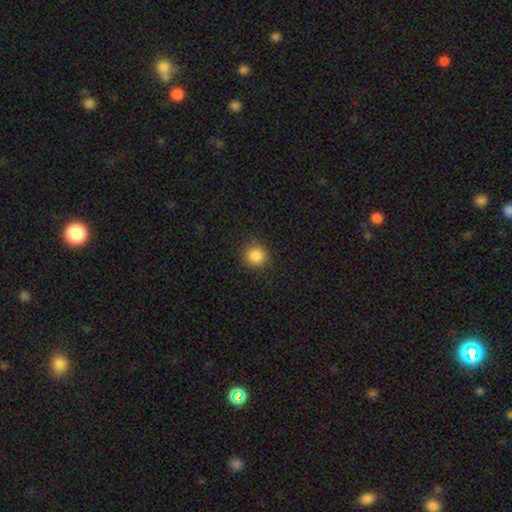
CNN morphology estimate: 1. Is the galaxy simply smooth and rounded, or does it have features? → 86% smooth, 11% star or artifact, 4% featured or disk.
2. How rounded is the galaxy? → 91% round, 8% in between, 1% cigar-shaped.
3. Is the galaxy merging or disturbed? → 88% none, 8% minor disturbance, 3% major disturbance, 1% merger.